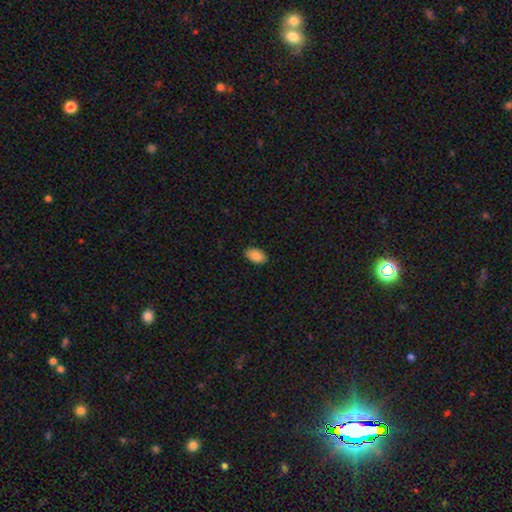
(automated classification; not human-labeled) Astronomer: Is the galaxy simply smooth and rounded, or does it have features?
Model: smooth — 86%.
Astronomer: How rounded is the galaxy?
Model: in between — 93%.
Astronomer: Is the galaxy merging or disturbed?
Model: none — 88%.